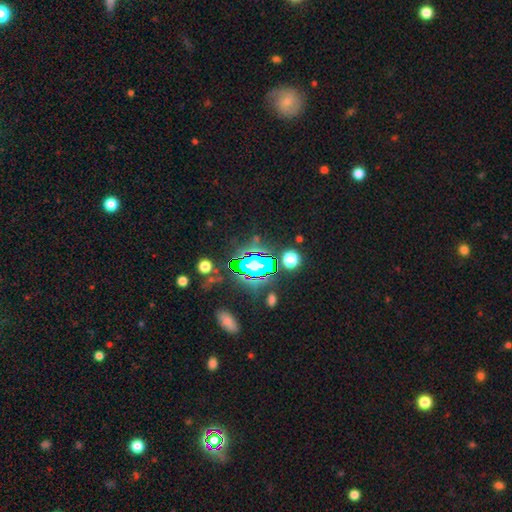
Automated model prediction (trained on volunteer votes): This is clearly a star or artifact rather than a galaxy (81%).